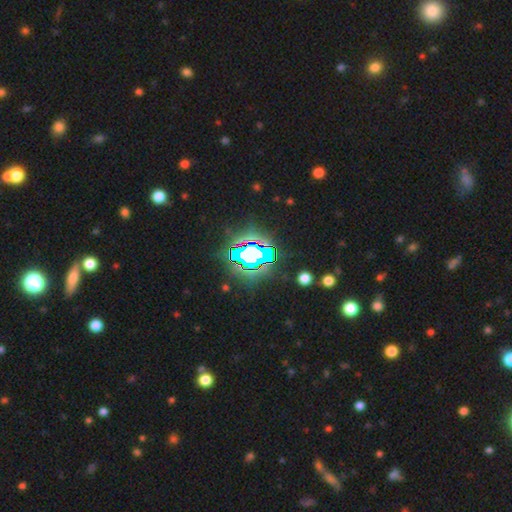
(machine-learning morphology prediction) smooth-or-featured: star or artifact: 75% | smooth: 14% | featured or disk: 11%